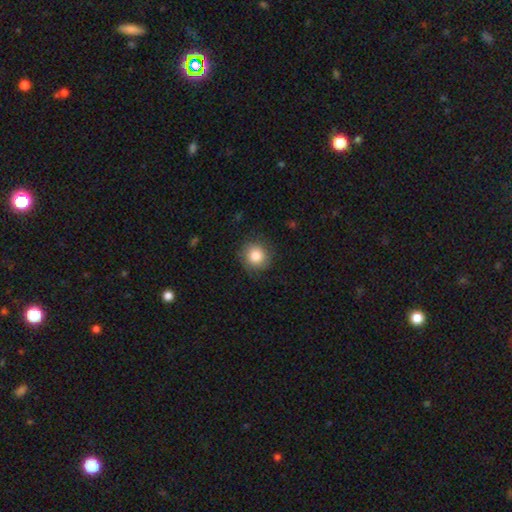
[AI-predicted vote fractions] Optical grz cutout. It shows a smooth galaxy with no disk features (84%) that is round (90%). Merging: none (85%).